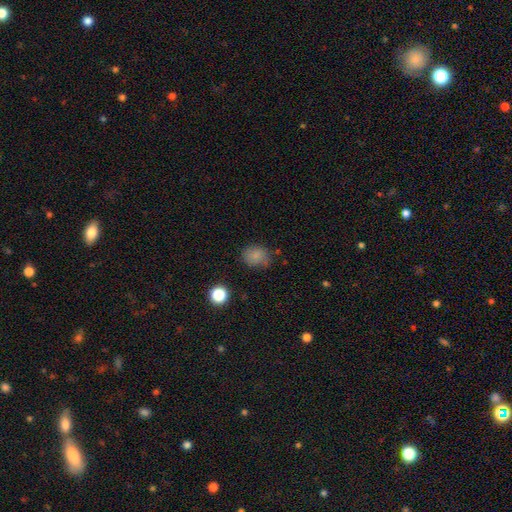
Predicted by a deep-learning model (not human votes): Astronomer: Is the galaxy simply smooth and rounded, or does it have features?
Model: smooth — 81%.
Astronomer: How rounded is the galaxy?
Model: round — 61% (runner-up: in between, 38%).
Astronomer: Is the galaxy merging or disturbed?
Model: none — 69%.